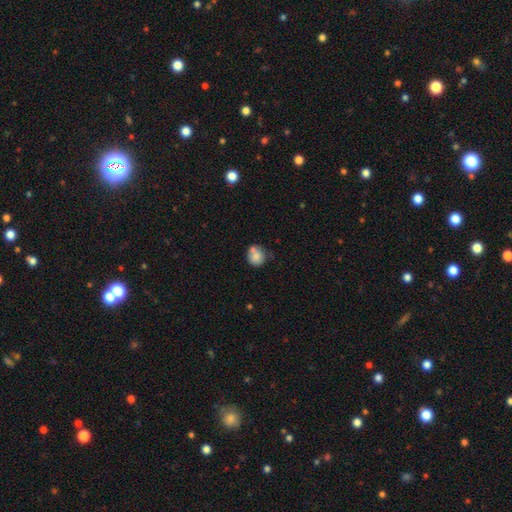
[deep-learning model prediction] A smooth galaxy with no disk features (76%) that is round (80%).

Vote fractions:
- Smooth or featured? smooth: 76% / featured or disk: 16% / star or artifact: 8%
- How rounded? round: 80% / in between: 19% / cigar-shaped: 1%
- Merging? none: 45% / merger: 30% / minor disturbance: 18% / major disturbance: 6%